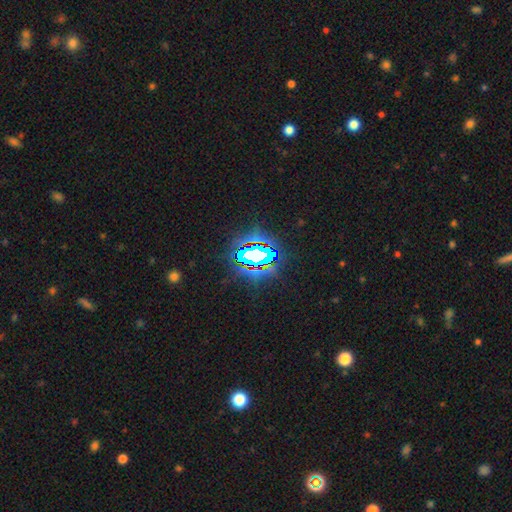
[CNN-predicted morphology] smooth_or_featured: star or artifact (p=0.67) [alt: smooth p=0.17]